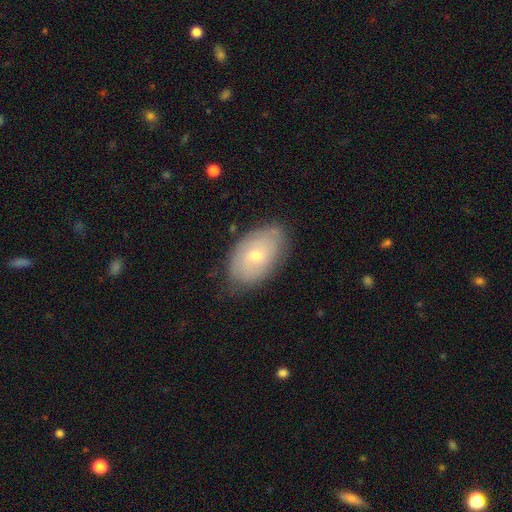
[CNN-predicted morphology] featured or disk 47%, smooth 46%, star or artifact 8%. Down the decision tree: merging — none (74%).